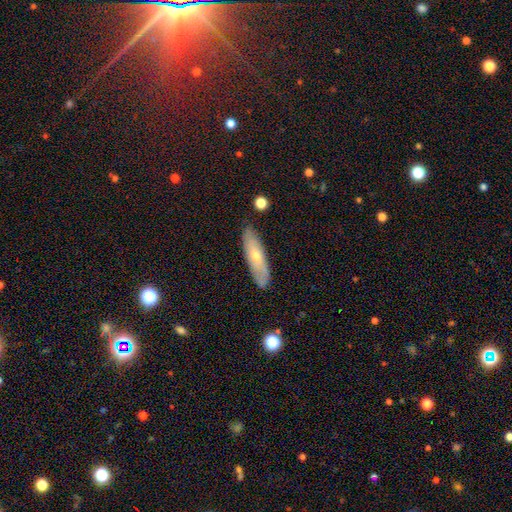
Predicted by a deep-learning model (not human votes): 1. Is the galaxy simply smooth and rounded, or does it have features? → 50% smooth, 43% featured or disk, 7% star or artifact.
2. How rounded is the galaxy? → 64% cigar-shaped, 33% in between, 2% round.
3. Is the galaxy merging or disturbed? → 84% none, 12% minor disturbance, 2% major disturbance, 2% merger.